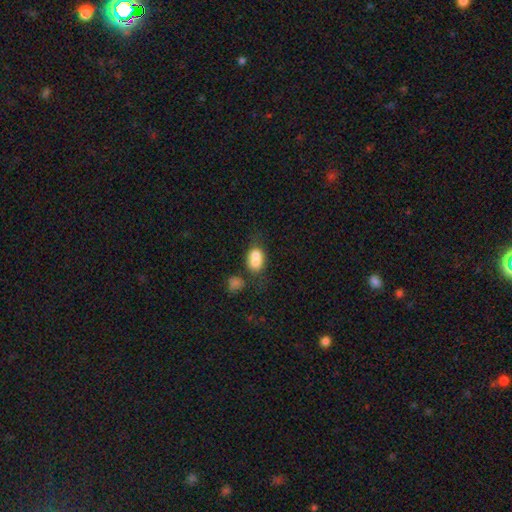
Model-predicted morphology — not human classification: Smooth or featured? Predicted: smooth (p=0.75). How rounded? Predicted: in between (p=0.68). Merging? Predicted: merger (p=0.50).